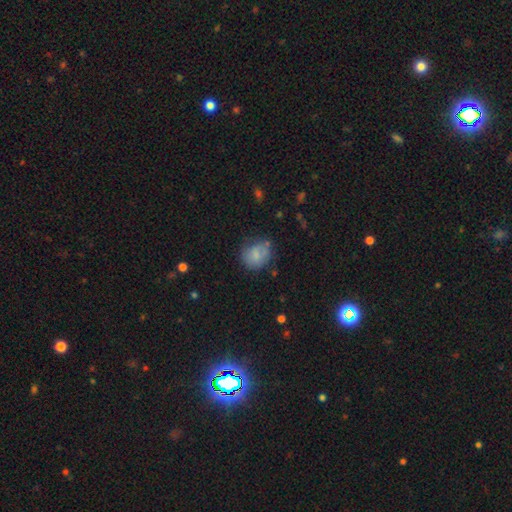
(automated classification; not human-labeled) smooth 74%, featured or disk 17%, star or artifact 10%. Down the decision tree: how rounded — round (64%); merging — none (59%).